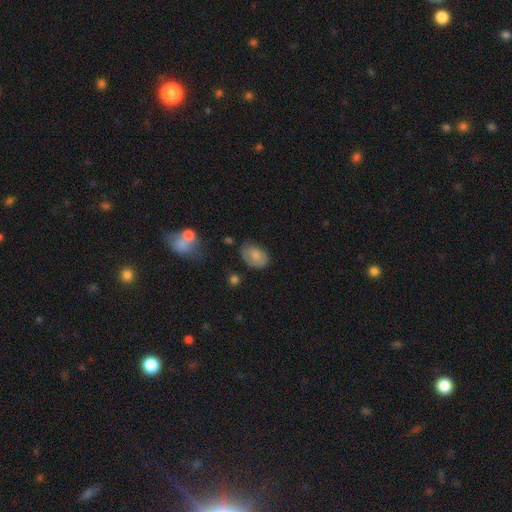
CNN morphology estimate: This appears to be a smooth galaxy with no disk features (76%) that is in between round and cigar-shaped (83%). Merging: none (61%).